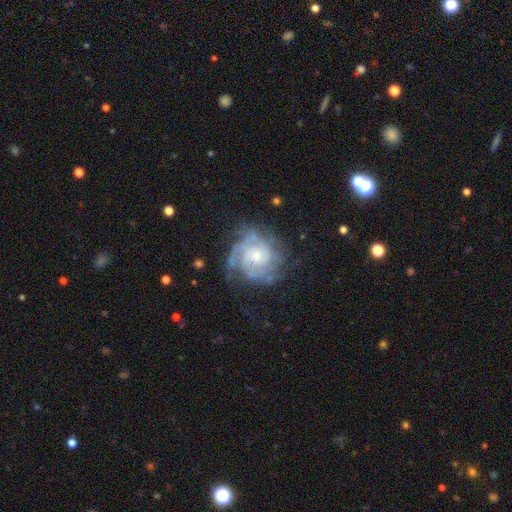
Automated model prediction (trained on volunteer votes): smooth-or-featured: featured or disk: 82% | smooth: 11% | star or artifact: 7%
  disk-edge-on: no: 98% | yes: 2%
    bar: no: 73% | weak: 23% | strong: 3%
    has-spiral-arms: yes: 92% | no: 8%
      spiral-winding: tight: 62% | medium: 30% | loose: 8%
      spiral-arm-count: can't tell: 39% | 3: 20% | 2: 15% | 4: 15% | more than 4: 7% | 1: 6%
    bulge-size: small: 50% | moderate: 42% | large: 4% | none: 3% | dominant: 1%
  merging: none: 66% | minor disturbance: 20% | major disturbance: 12% | merger: 2%